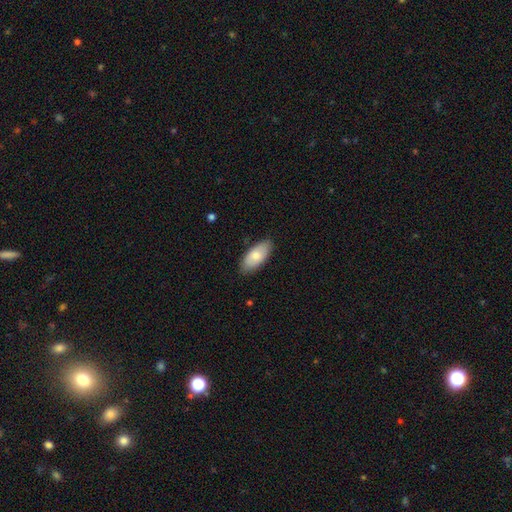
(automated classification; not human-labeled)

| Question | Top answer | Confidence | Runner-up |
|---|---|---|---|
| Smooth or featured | smooth | 78% | featured or disk (17%) |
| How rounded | in between | 90% | cigar-shaped (8%) |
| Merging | none | 85% | minor disturbance (12%) |